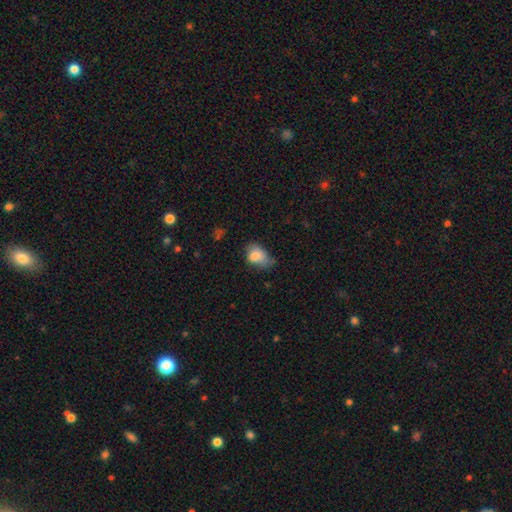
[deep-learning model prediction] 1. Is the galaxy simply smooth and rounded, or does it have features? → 80% smooth, 11% featured or disk, 9% star or artifact.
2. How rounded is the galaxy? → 81% in between, 18% round, 1% cigar-shaped.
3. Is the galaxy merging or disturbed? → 44% minor disturbance, 35% none, 18% major disturbance, 3% merger.